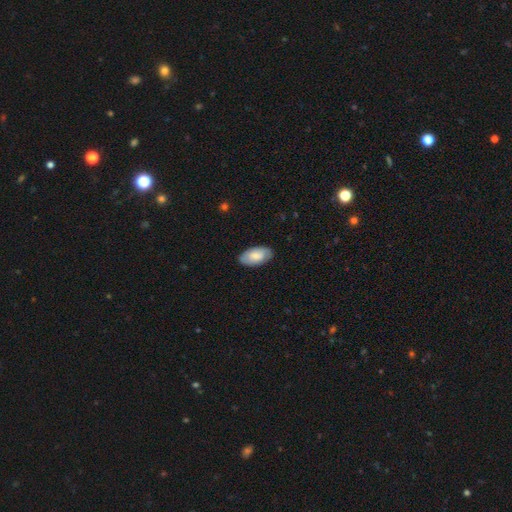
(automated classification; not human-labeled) This appears to be a smooth galaxy with no disk features (73%) that is in between round and cigar-shaped (95%). Merging: none (85%).